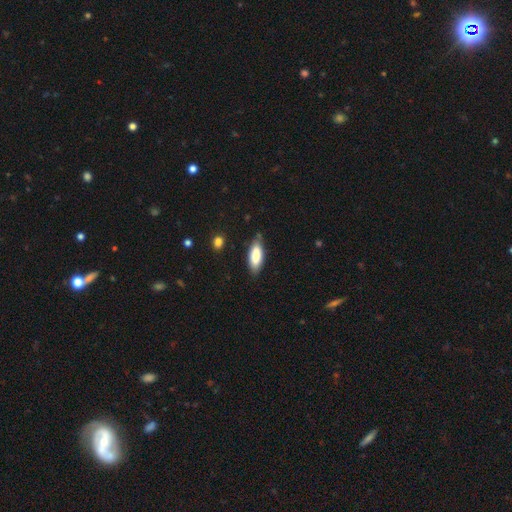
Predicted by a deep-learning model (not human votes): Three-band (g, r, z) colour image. It shows a smooth galaxy with no disk features (82%) that is in between round and cigar-shaped (73%). Merging: none (80%).